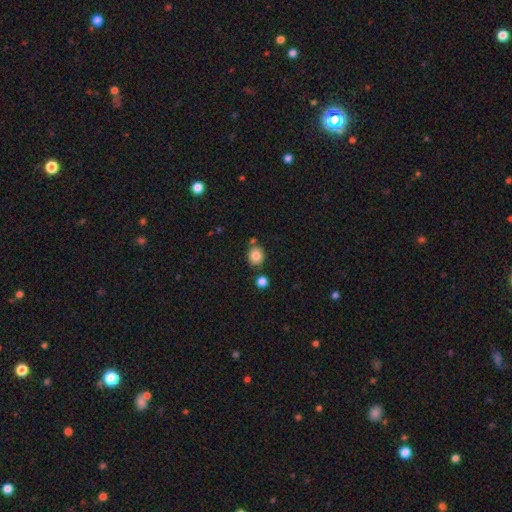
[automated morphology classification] Smooth or featured? Predicted: smooth (p=0.84). How rounded? Predicted: round (p=0.75). Merging? Predicted: none (p=0.77).